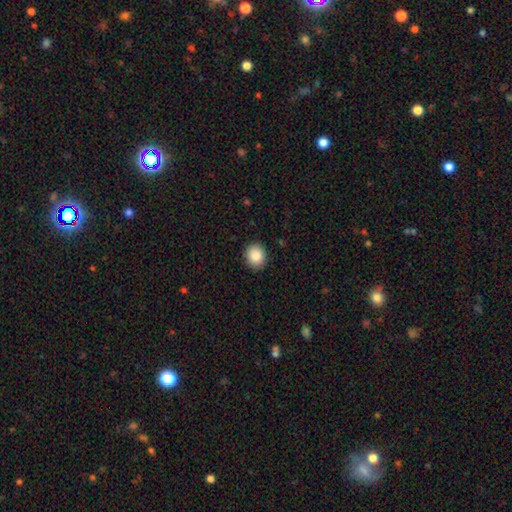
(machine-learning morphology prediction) smooth 86%, star or artifact 8%, featured or disk 5%. Down the decision tree: how rounded — round (80%); merging — none (90%).